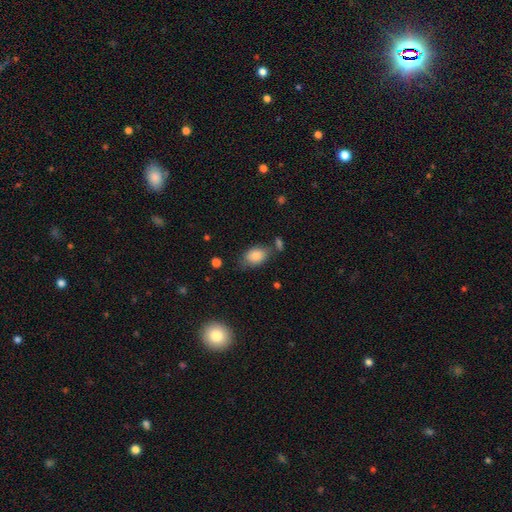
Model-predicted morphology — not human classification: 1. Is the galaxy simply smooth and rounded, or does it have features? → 85% smooth, 8% star or artifact, 7% featured or disk.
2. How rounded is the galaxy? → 83% in between, 16% round, 1% cigar-shaped.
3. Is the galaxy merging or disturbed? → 62% none, 23% minor disturbance, 9% merger, 7% major disturbance.